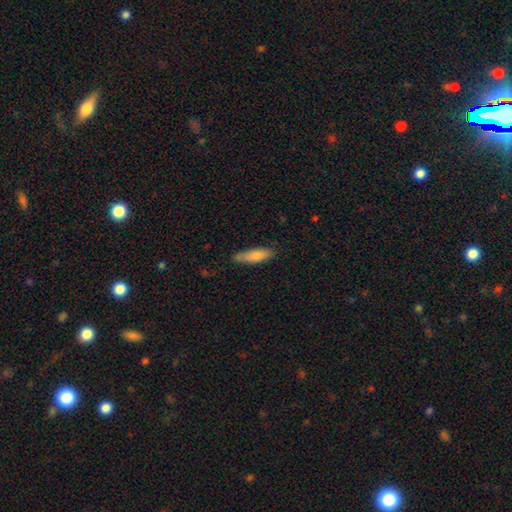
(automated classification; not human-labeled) The model was most divided on "how rounded": cigar-shaped: 57%, in between: 41%, round: 2%. More confident: smooth or featured — smooth (78%); merging — none (78%).